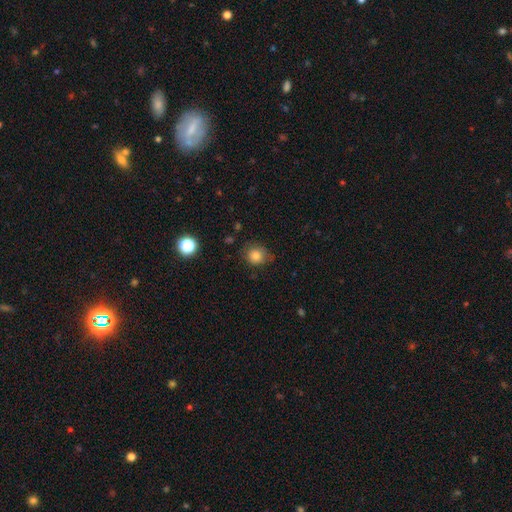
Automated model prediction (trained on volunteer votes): A smooth galaxy with no disk features (82%) that is round (80%).

Vote fractions:
- Smooth or featured? smooth: 82% / star or artifact: 11% / featured or disk: 7%
- How rounded? round: 80% / in between: 19% / cigar-shaped: 1%
- Merging? none: 67% / minor disturbance: 25% / major disturbance: 7% / merger: 2%